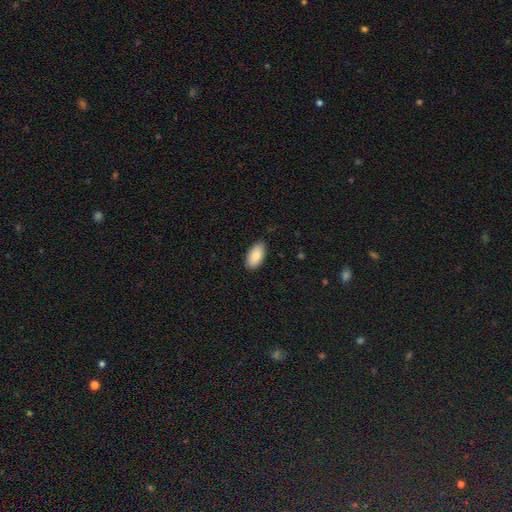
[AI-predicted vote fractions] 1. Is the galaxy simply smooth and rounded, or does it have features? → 83% smooth, 10% featured or disk, 6% star or artifact.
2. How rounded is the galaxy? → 95% in between, 3% round, 3% cigar-shaped.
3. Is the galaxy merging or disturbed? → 87% none, 10% minor disturbance, 2% major disturbance, 1% merger.